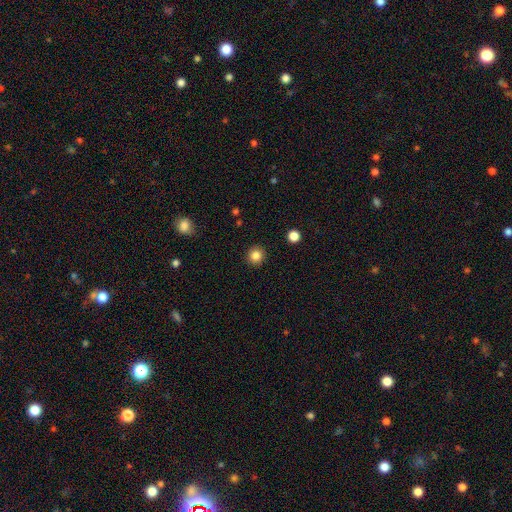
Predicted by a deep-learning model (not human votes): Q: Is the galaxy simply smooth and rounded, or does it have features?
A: smooth — 84%.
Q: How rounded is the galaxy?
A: round — 93%.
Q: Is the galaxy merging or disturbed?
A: none — 92%.